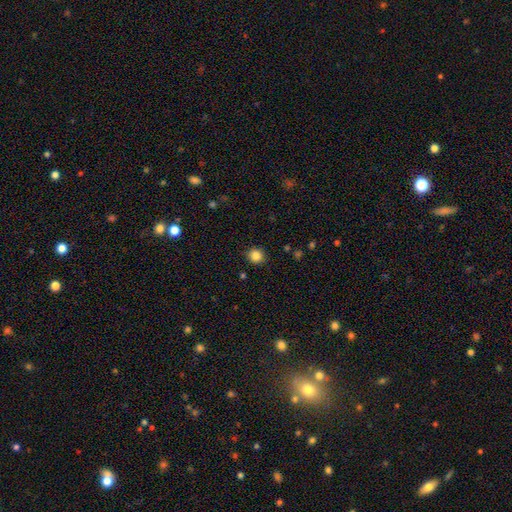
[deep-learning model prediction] Smooth or featured?
  - smooth: 85% *
  - star or artifact: 11%
  - featured or disk: 4%
How rounded?
  - round: 90% *
  - in between: 9%
  - cigar-shaped: 1%
Merging?
  - none: 90% *
  - minor disturbance: 7%
  - major disturbance: 2%
  - merger: 1%